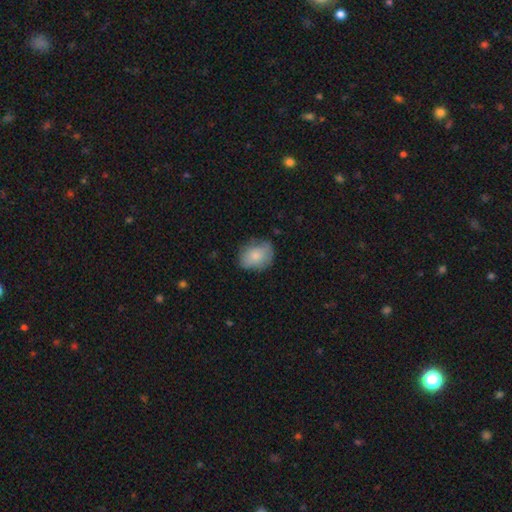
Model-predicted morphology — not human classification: Q: Smooth or featured?
A: smooth (80%); runner-up: featured or disk (13%)
Q: How rounded?
A: in between (63%); runner-up: round (36%)
Q: Merging?
A: none (66%); runner-up: minor disturbance (26%)